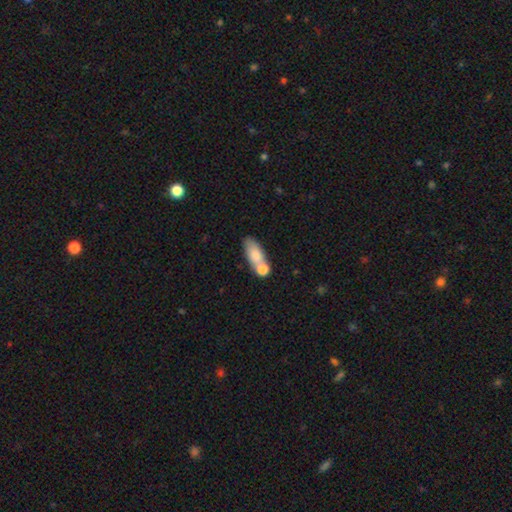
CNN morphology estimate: Q: Smooth or featured?
A: smooth (76%); runner-up: featured or disk (16%)
Q: How rounded?
A: in between (73%); runner-up: cigar-shaped (21%)
Q: Merging?
A: none (44%); runner-up: merger (33%)